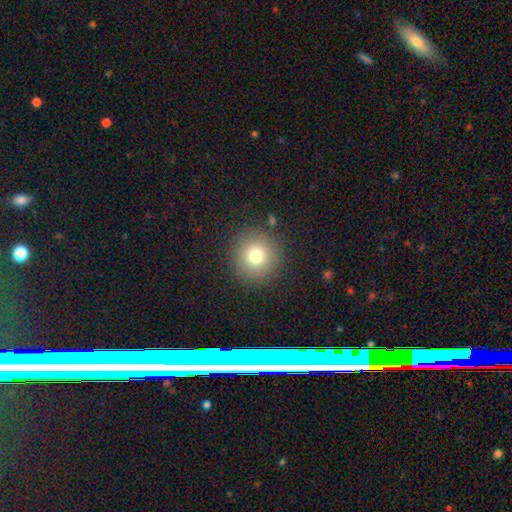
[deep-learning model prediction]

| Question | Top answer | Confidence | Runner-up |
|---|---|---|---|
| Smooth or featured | smooth | 76% | star or artifact (13%) |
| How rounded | round | 94% | in between (5%) |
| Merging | none | 88% | minor disturbance (7%) |